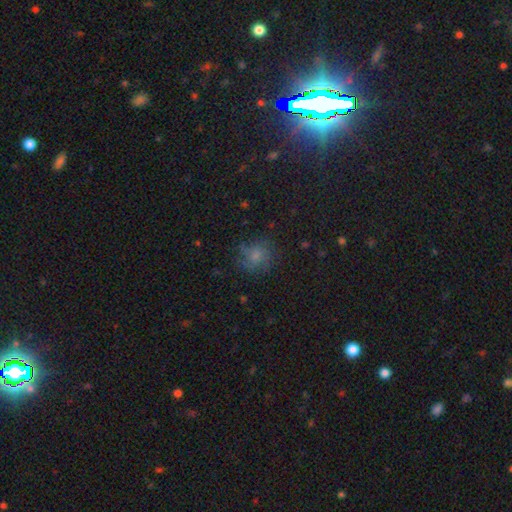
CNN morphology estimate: smooth_or_featured: smooth (p=0.52) [alt: featured or disk p=0.31]
how_rounded: round (p=0.77) [alt: in between p=0.22]
merging: none (p=0.67) [alt: minor disturbance p=0.19]